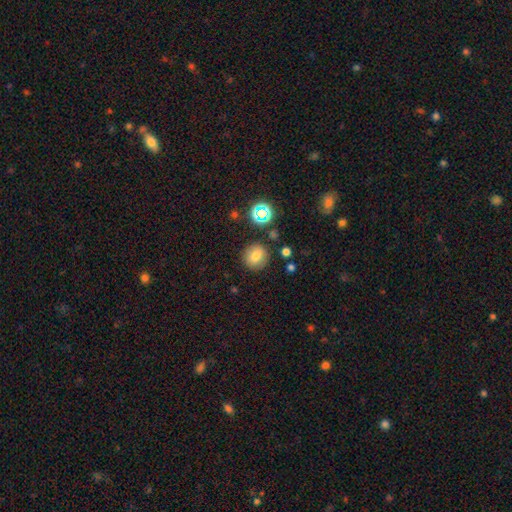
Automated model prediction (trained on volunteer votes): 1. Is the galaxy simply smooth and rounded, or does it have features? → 74% smooth, 16% star or artifact, 10% featured or disk.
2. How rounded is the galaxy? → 87% round, 12% in between, 1% cigar-shaped.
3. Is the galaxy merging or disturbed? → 85% none, 8% minor disturbance, 3% merger, 3% major disturbance.